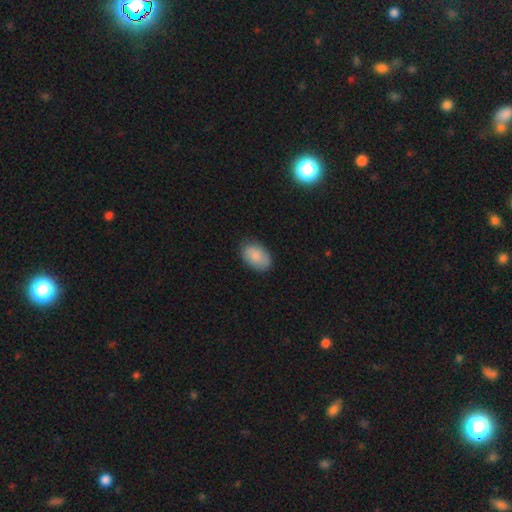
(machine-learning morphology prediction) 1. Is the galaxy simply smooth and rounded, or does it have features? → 83% smooth, 11% featured or disk, 6% star or artifact.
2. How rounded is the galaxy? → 89% in between, 10% round, 1% cigar-shaped.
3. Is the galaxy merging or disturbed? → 81% none, 15% minor disturbance, 3% major disturbance, 1% merger.